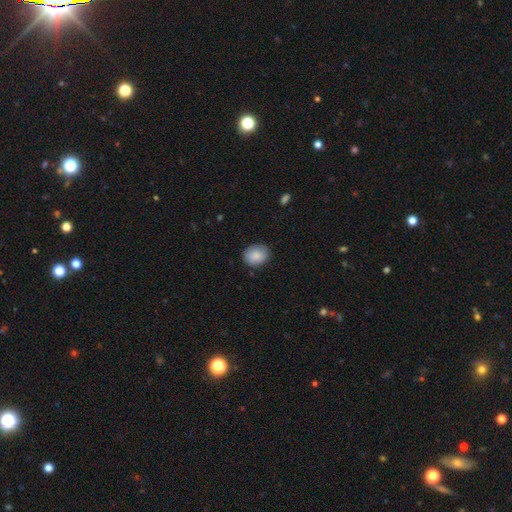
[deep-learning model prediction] Q: Smooth or featured?
A: smooth (87%); runner-up: star or artifact (7%)
Q: How rounded?
A: round (53%); runner-up: in between (47%)
Q: Merging?
A: none (83%); runner-up: minor disturbance (13%)